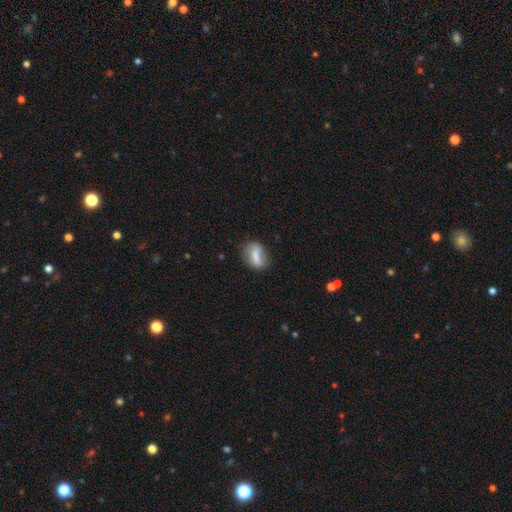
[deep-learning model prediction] A smooth galaxy with no disk features (71%) that is in between round and cigar-shaped (74%). Merging: none (66%).